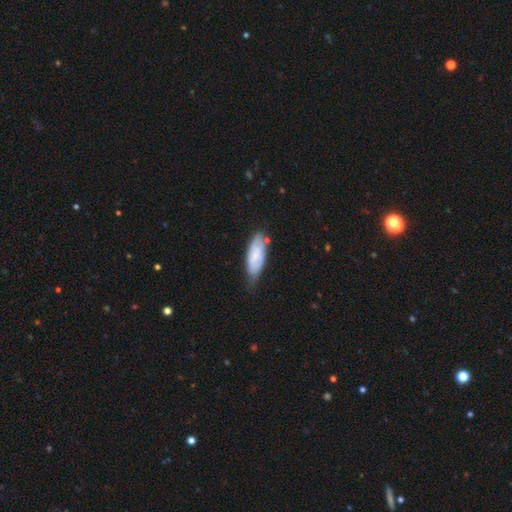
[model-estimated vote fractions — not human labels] Q: Smooth or featured?
A: smooth (62%); runner-up: featured or disk (32%)
Q: How rounded?
A: in between (74%); runner-up: cigar-shaped (24%)
Q: Merging?
A: none (53%); runner-up: minor disturbance (36%)